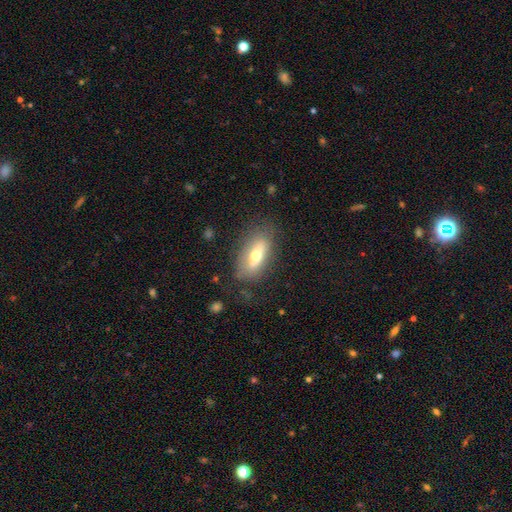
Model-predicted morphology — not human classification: type=smooth (58%); roundness=in between (80%); merging=none (75%).